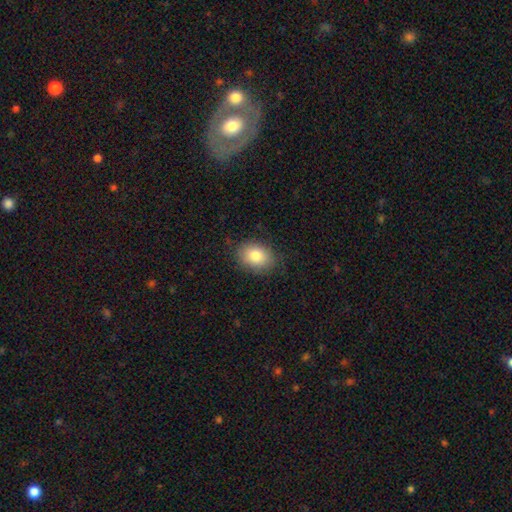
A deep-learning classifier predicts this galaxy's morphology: type=smooth (82%); roundness=in between (64%); merging=none (83%).